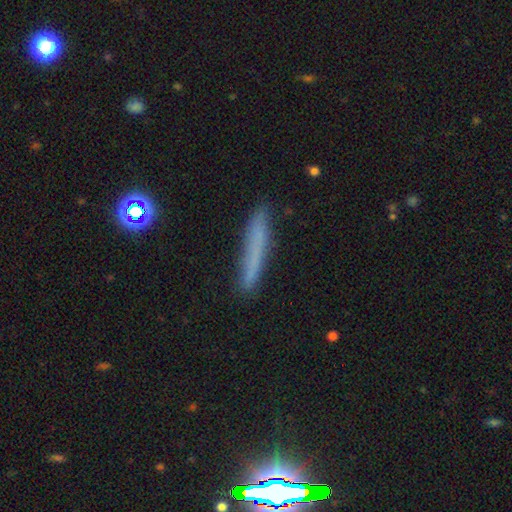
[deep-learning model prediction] Overall: smooth (66%). How rounded: cigar-shaped (95%). Merging: none (83%).